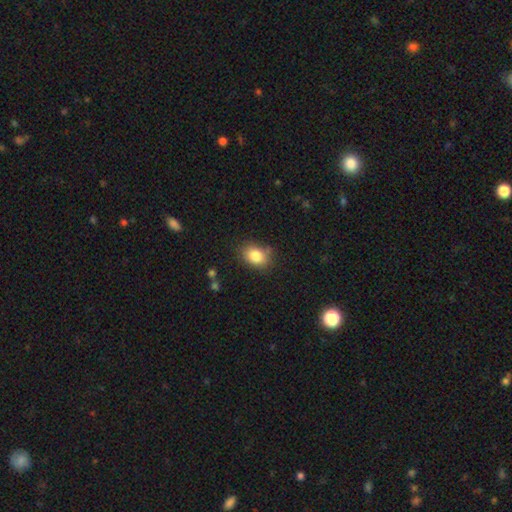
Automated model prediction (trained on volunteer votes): Smooth or featured?
  - smooth: 84% *
  - star or artifact: 9%
  - featured or disk: 7%
How rounded?
  - in between: 67% *
  - round: 31%
  - cigar-shaped: 1%
Merging?
  - none: 78% *
  - minor disturbance: 15%
  - major disturbance: 4%
  - merger: 3%